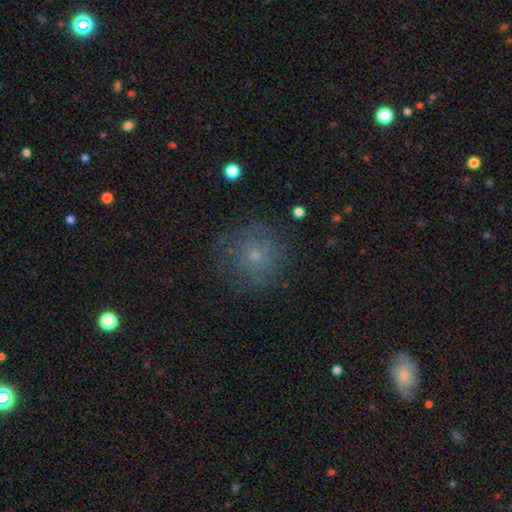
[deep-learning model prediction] A smooth galaxy with no disk features (56%) that is round (92%).

Vote fractions:
- Smooth or featured? smooth: 56% / featured or disk: 25% / star or artifact: 18%
- How rounded? round: 92% / in between: 7% / cigar-shaped: 1%
- Merging? none: 77% / minor disturbance: 14% / major disturbance: 8% / merger: 1%